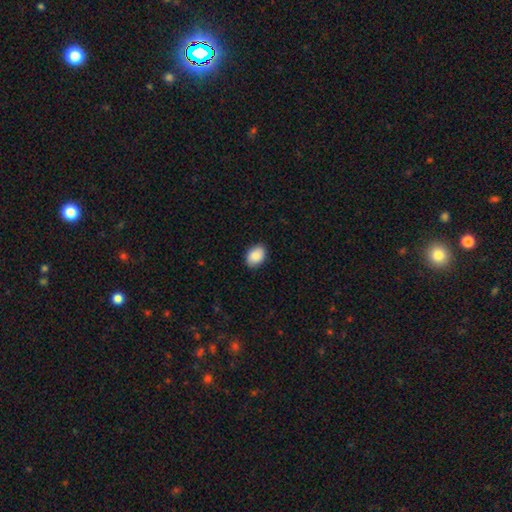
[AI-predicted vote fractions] Smooth or featured? smooth (89%)
How rounded? in between (80%)
Merging? none (88%)